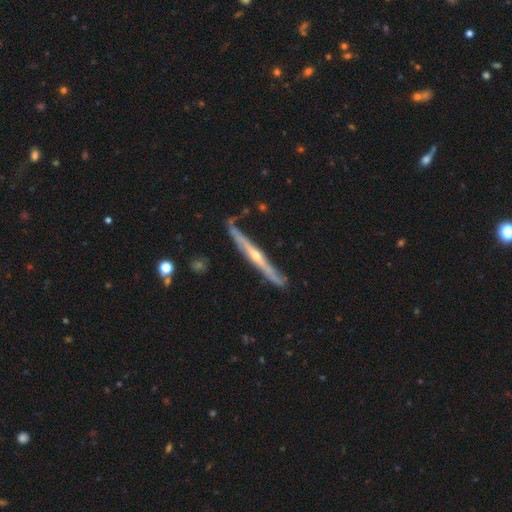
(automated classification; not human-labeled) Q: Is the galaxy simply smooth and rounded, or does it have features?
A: featured or disk — 79%.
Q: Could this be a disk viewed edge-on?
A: yes — 95%.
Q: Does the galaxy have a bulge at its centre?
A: rounded — 78%.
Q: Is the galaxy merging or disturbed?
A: none — 76%.